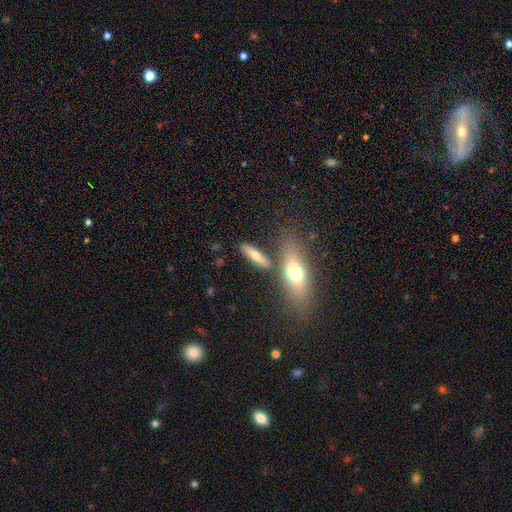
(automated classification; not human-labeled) A smooth galaxy with no disk features (62%) that is cigar-shaped (63%).

Vote fractions:
- Smooth or featured? smooth: 62% / featured or disk: 30% / star or artifact: 8%
- How rounded? cigar-shaped: 63% / in between: 32% / round: 5%
- Merging? none: 70% / merger: 14% / minor disturbance: 12% / major disturbance: 5%